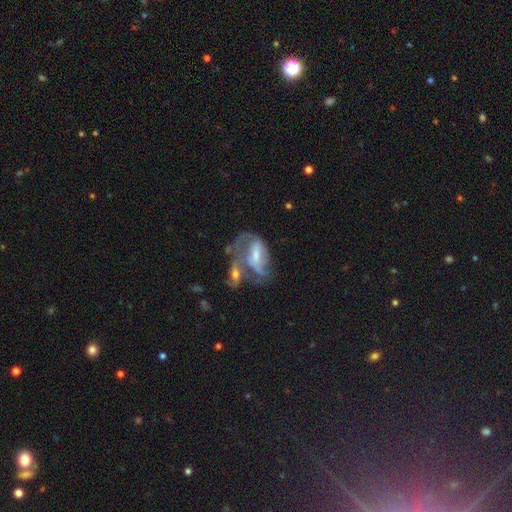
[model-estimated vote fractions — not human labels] This is likely a featured or disk galaxy (68%). It is clearly not viewed edge-on (95%). Bar: marginally weak (43%). Spiral arm pattern: likely yes (70%). Central bulge: marginally moderate (43%). Merging: possibly merger (50%).